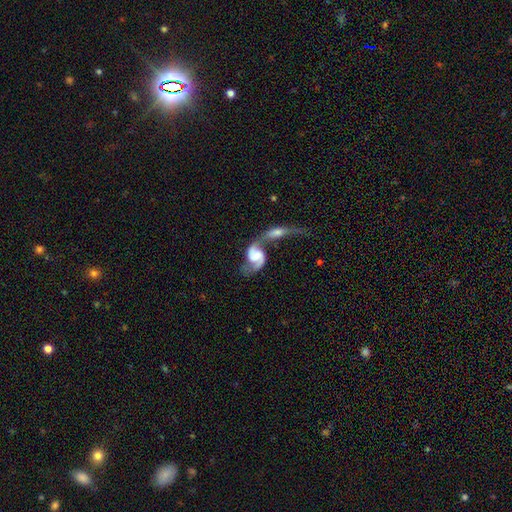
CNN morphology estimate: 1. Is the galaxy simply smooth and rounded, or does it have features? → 85% featured or disk, 10% smooth, 5% star or artifact.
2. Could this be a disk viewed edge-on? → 96% no, 4% yes.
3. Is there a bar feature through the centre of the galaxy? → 42% weak, 41% no, 17% strong.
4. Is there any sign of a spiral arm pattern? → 96% yes, 4% no.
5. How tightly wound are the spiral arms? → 52% loose, 38% medium, 10% tight.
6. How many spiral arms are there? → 90% 2, 4% 1, 3% can't tell, 1% 3, 1% 4, 1% more than 4.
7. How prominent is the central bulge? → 32% moderate, 26% small, 21% none, 19% large, 3% dominant.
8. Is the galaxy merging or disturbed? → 64% merger, 19% none, 9% major disturbance, 8% minor disturbance.